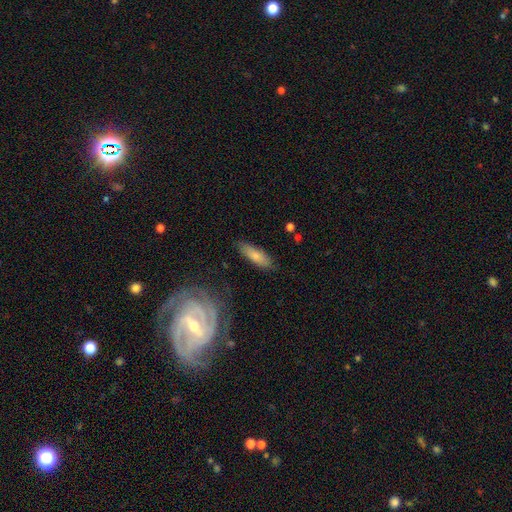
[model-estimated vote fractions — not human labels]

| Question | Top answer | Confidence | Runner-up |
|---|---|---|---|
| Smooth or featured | smooth | 76% | featured or disk (17%) |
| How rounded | in between | 55% | cigar-shaped (44%) |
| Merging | none | 83% | minor disturbance (12%) |